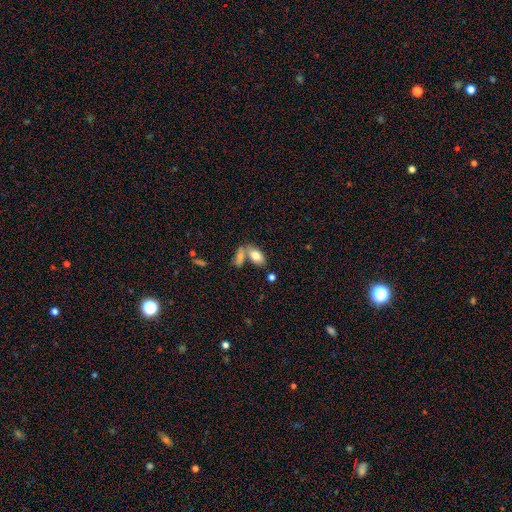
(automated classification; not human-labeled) This is likely a smooth galaxy (78%). How rounded: clearly in between (91%). Merging: marginally none (45%).